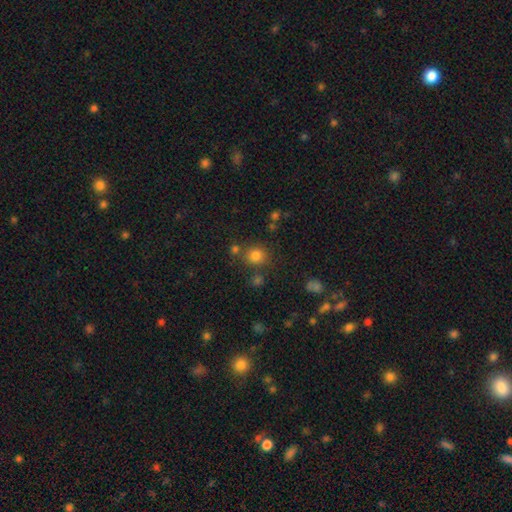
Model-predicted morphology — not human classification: type=smooth (79%); roundness=round (85%); merging=none (75%).